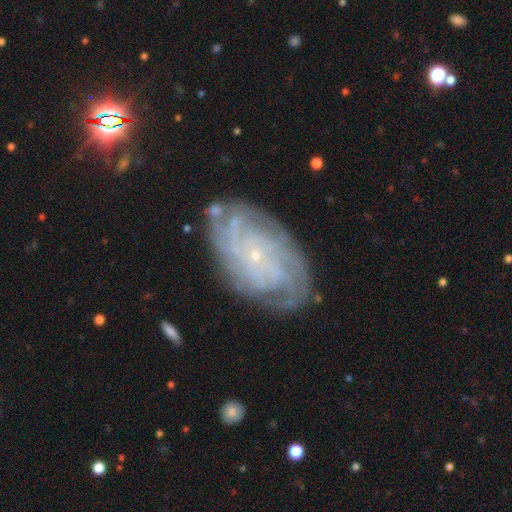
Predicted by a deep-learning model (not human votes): This is clearly a featured or disk galaxy (85%). It is clearly not viewed edge-on (96%). Bar: likely no (80%). Spiral arm pattern: clearly yes (96%). Spiral arm count: marginally can't tell (26%). Spiral winding: likely tight (77%). Central bulge: clearly small (89%). Merging: likely none (80%).